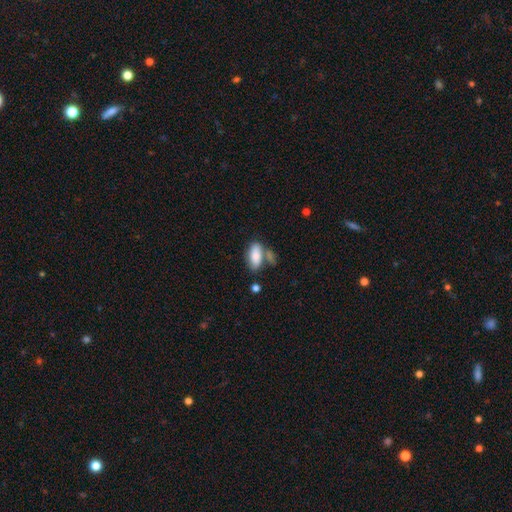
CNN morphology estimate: This appears to be a smooth galaxy with no disk features (83%) that is in between round and cigar-shaped (88%). Merging: none (52%).